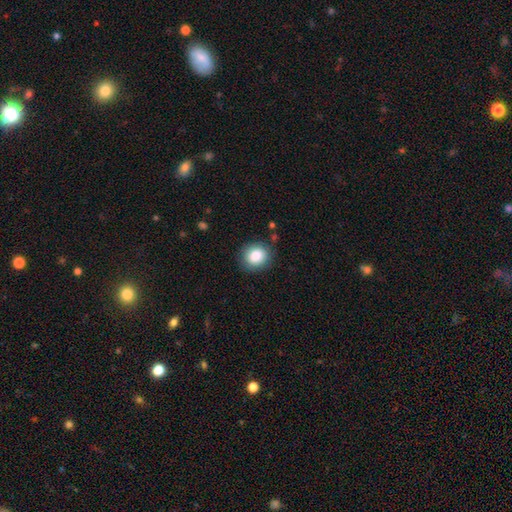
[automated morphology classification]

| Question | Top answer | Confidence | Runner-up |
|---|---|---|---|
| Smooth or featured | smooth | 84% | star or artifact (9%) |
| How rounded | round | 79% | in between (21%) |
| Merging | none | 85% | minor disturbance (11%) |